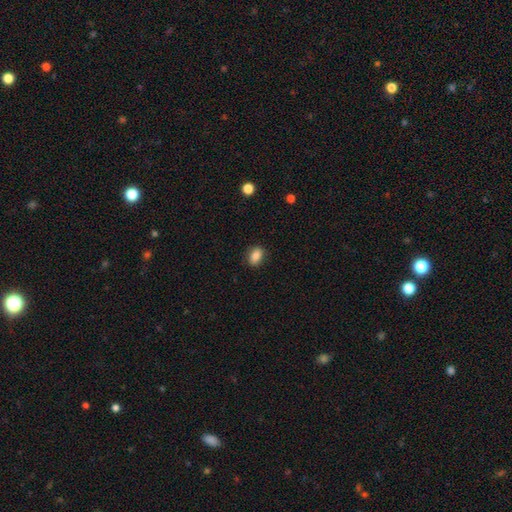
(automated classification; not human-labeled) Smooth or featured? smooth (83%)
How rounded? in between (76%)
Merging? none (85%)